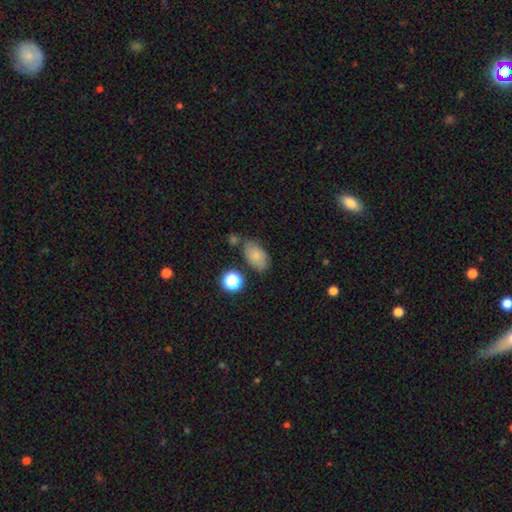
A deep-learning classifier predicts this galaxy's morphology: This appears to be a smooth galaxy with no disk features (74%) that is in between round and cigar-shaped (88%). Merging: none (66%).